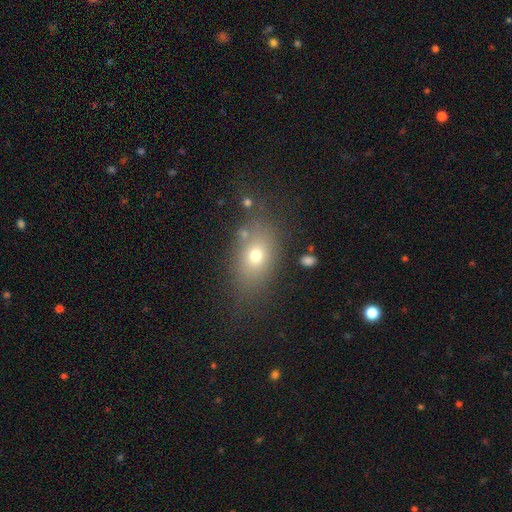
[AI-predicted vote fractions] This is likely a smooth galaxy (69%). How rounded: likely in between (75%). Merging: likely none (71%).